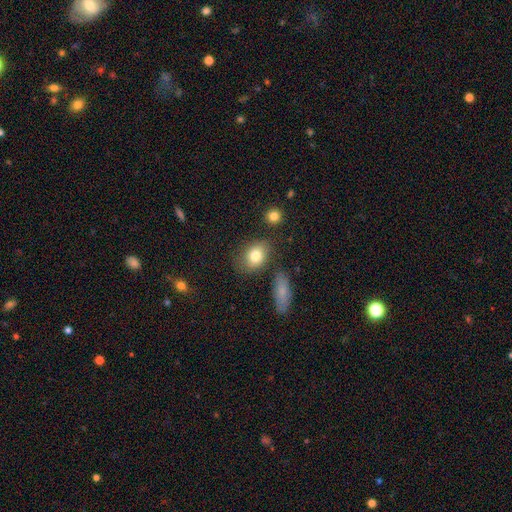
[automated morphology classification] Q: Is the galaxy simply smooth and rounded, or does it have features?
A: smooth — 81%.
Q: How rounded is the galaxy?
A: in between — 64%.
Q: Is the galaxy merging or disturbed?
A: none — 75%.